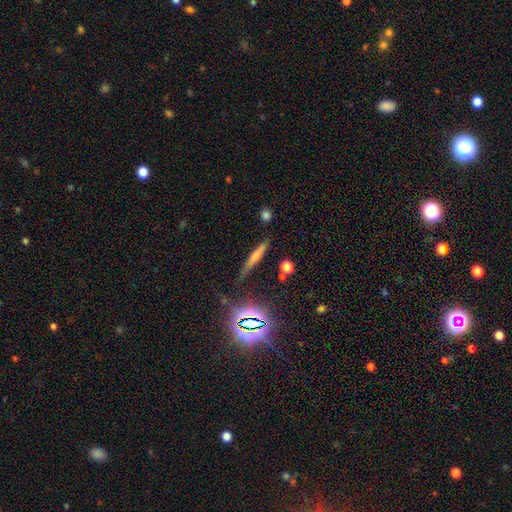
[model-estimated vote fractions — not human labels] smooth-or-featured: smooth: 59% | featured or disk: 27% | star or artifact: 14%
  how-rounded: cigar-shaped: 89% | in between: 8% | round: 3%
  merging: none: 73% | minor disturbance: 18% | major disturbance: 5% | merger: 4%